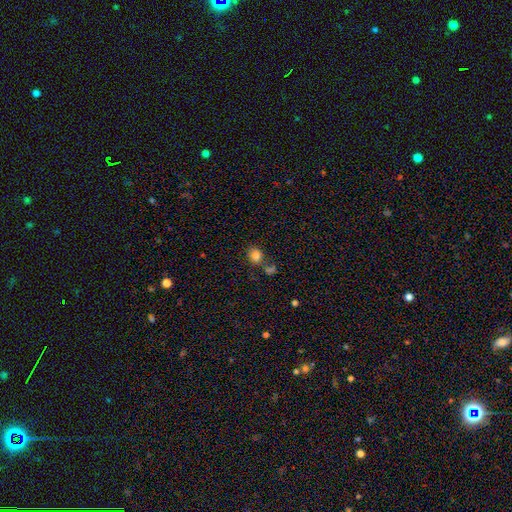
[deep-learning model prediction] Morphology: type=smooth (82%); roundness=round (63%); merging=none (65%).